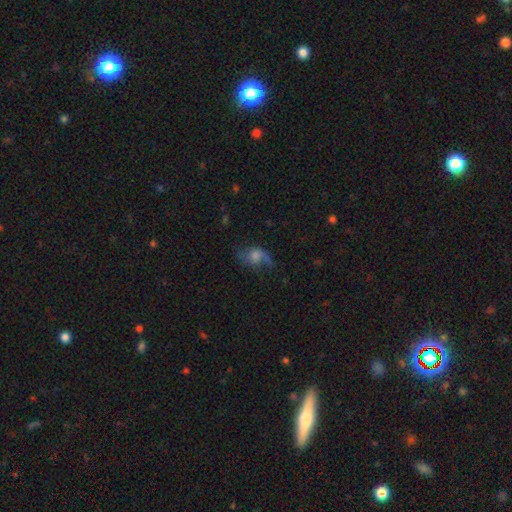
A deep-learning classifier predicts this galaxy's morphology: featured or disk 51%, smooth 36%, star or artifact 13%. Down the decision tree: edge-on disk — no (94%); merging — none (49%).